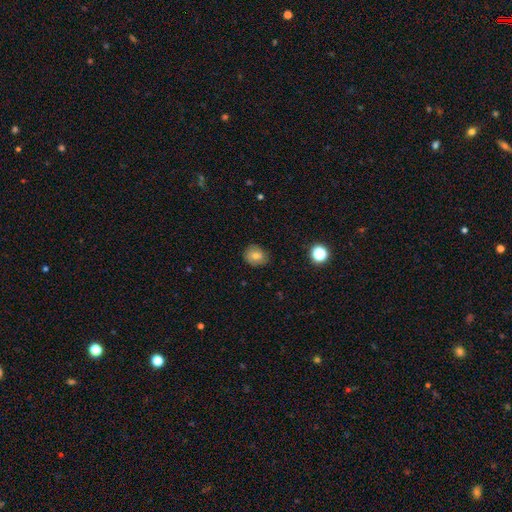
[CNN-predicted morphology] smooth-or-featured: smooth: 69% | featured or disk: 20% | star or artifact: 11%
  how-rounded: round: 67% | in between: 32% | cigar-shaped: 1%
  merging: none: 82% | minor disturbance: 14% | major disturbance: 3% | merger: 1%